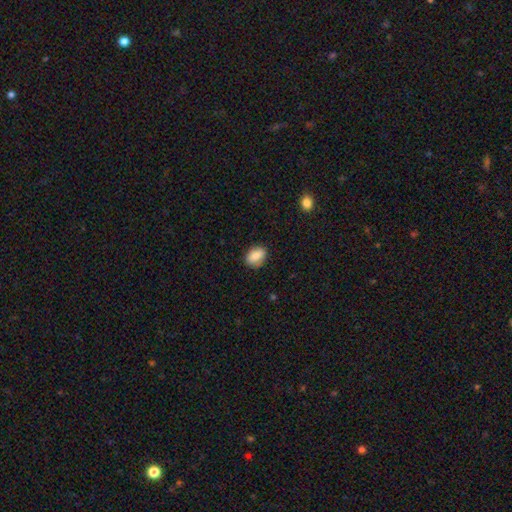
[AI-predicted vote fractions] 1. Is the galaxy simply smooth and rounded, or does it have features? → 85% smooth, 8% star or artifact, 8% featured or disk.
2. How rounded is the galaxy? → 78% in between, 20% round, 2% cigar-shaped.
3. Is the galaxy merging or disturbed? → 82% none, 14% minor disturbance, 3% major disturbance, 1% merger.